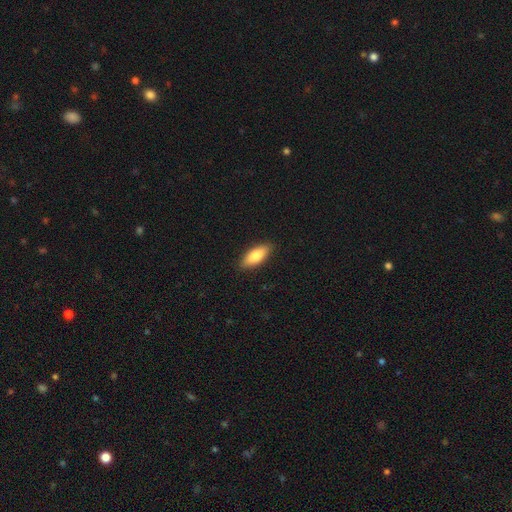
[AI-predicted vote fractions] smooth-or-featured: smooth: 79% | featured or disk: 15% | star or artifact: 6%
  how-rounded: in between: 76% | cigar-shaped: 22% | round: 2%
  merging: none: 89% | minor disturbance: 8% | major disturbance: 2% | merger: 1%